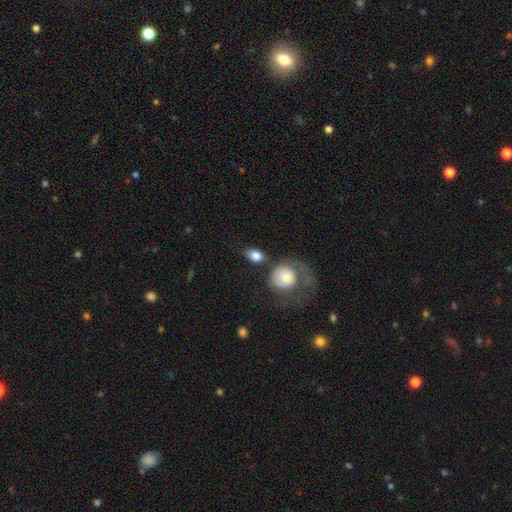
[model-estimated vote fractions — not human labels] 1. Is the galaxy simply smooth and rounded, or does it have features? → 79% smooth, 14% featured or disk, 7% star or artifact.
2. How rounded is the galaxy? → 71% in between, 27% round, 3% cigar-shaped.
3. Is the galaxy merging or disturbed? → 53% none, 19% minor disturbance, 17% merger, 11% major disturbance.